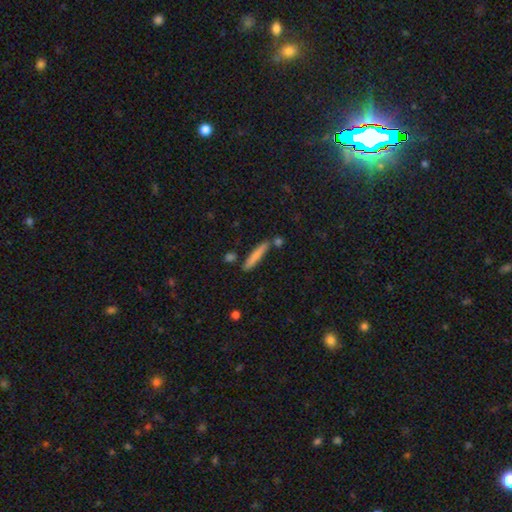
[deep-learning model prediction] Morphology: type=smooth (74%); roundness=cigar-shaped (93%); merging=none (80%).